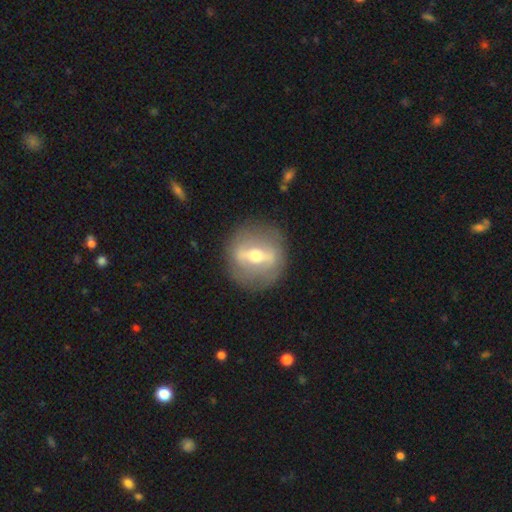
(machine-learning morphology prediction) featured or disk 73%, smooth 20%, star or artifact 7%. Down the decision tree: edge-on disk — no (71%); bar — strong (73%); spiral arms — no (78%); bulge size — moderate (68%); merging — none (83%).